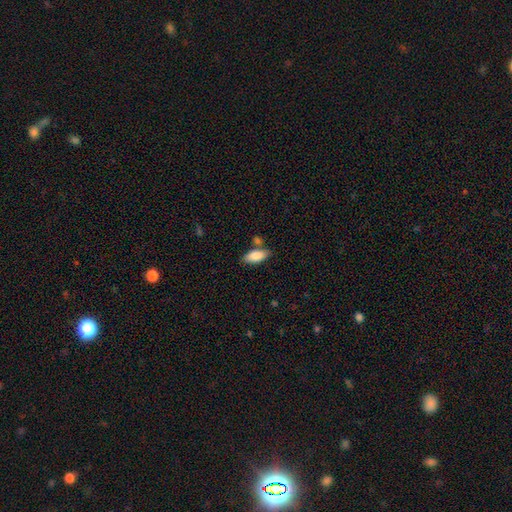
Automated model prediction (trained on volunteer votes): A smooth galaxy with no disk features (85%) that is in between round and cigar-shaped (86%). Merging: none (72%).